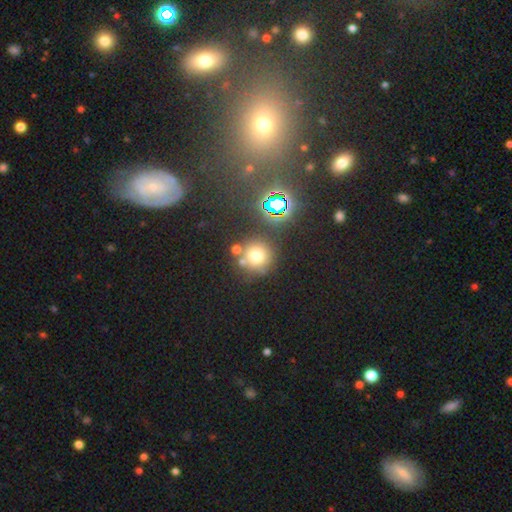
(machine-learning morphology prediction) A smooth galaxy with no disk features (66%) that is round (92%).

Vote fractions:
- Smooth or featured? smooth: 66% / star or artifact: 24% / featured or disk: 10%
- How rounded? round: 92% / in between: 7% / cigar-shaped: 1%
- Merging? none: 72% / merger: 14% / minor disturbance: 10% / major disturbance: 4%